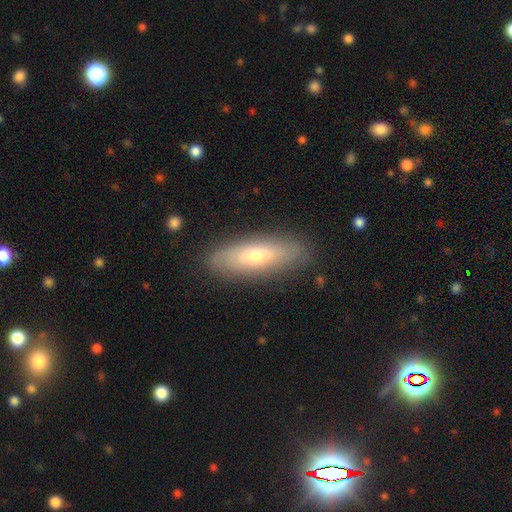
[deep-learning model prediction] Q: Smooth or featured?
A: smooth (53%); runner-up: featured or disk (40%)
Q: How rounded?
A: in between (52%); runner-up: cigar-shaped (45%)
Q: Merging?
A: none (86%); runner-up: minor disturbance (11%)